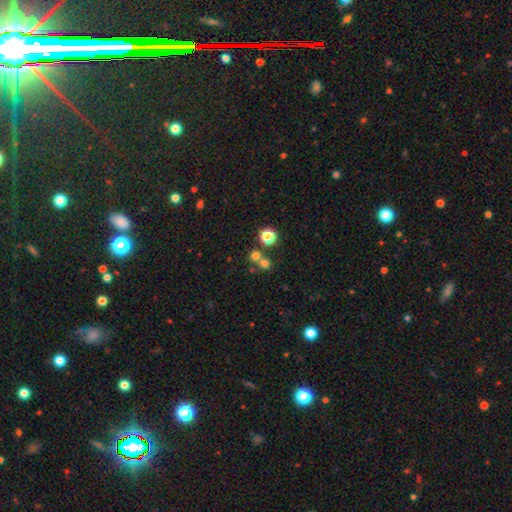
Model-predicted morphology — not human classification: Smooth or featured? Predicted: smooth (p=0.66). How rounded? Predicted: round (p=0.89). Merging? Predicted: none (p=0.56).